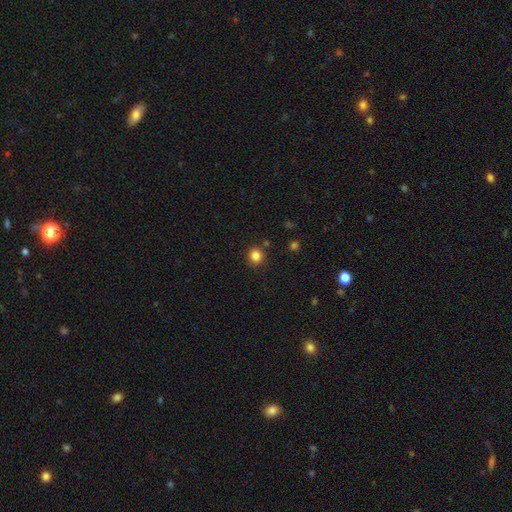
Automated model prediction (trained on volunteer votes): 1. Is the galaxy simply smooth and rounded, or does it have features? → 84% smooth, 12% star or artifact, 4% featured or disk.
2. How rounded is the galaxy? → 85% round, 14% in between, 1% cigar-shaped.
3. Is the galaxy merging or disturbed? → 86% none, 8% minor disturbance, 3% merger, 2% major disturbance.